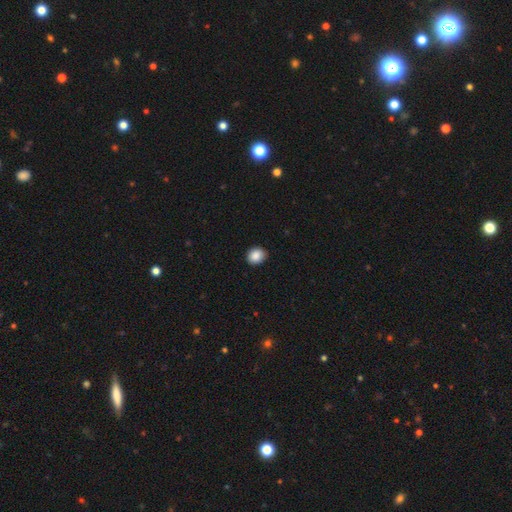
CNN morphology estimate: The model was most divided on "how rounded": round: 61%, in between: 38%, cigar-shaped: 1%. More confident: merging — none (89%); smooth or featured — smooth (88%).